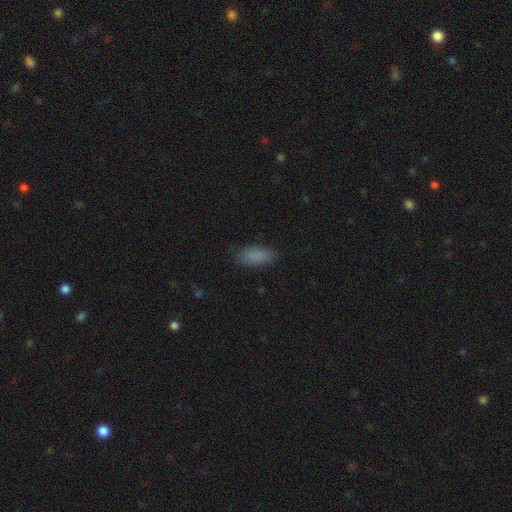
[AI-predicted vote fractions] This is clearly a smooth galaxy (87%). How rounded: clearly in between (85%). Merging: clearly none (84%).